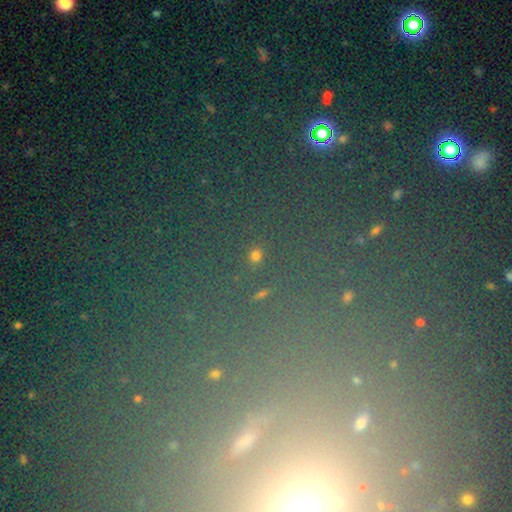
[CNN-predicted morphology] Overall: star or artifact (47%; smooth 44%).